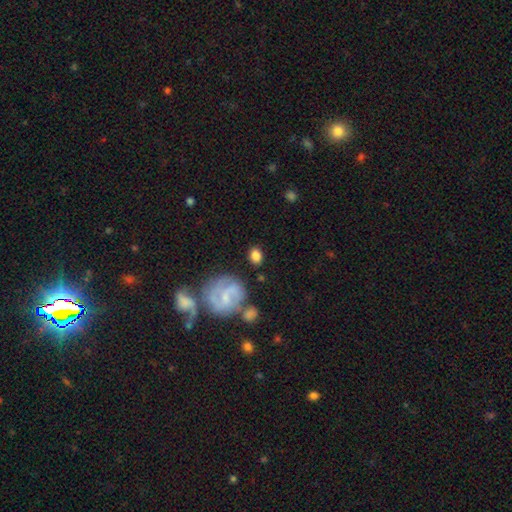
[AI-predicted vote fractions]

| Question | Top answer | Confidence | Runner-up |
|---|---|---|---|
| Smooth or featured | smooth | 75% | featured or disk (18%) |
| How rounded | in between | 63% | round (35%) |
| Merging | none | 75% | minor disturbance (14%) |